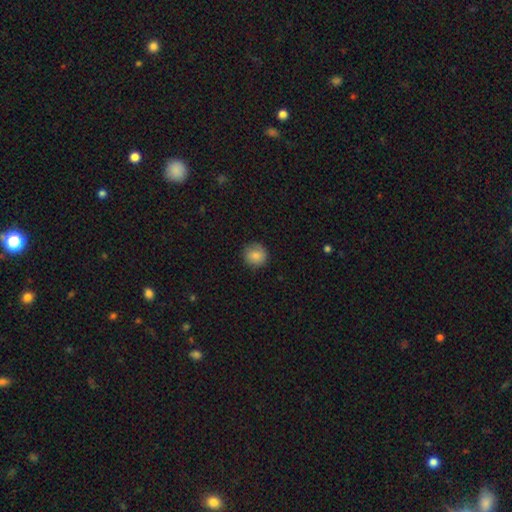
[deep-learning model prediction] smooth_or_featured: smooth (p=0.83) [alt: star or artifact p=0.09]
how_rounded: round (p=0.92) [alt: in between p=0.07]
merging: none (p=0.87) [alt: minor disturbance p=0.10]